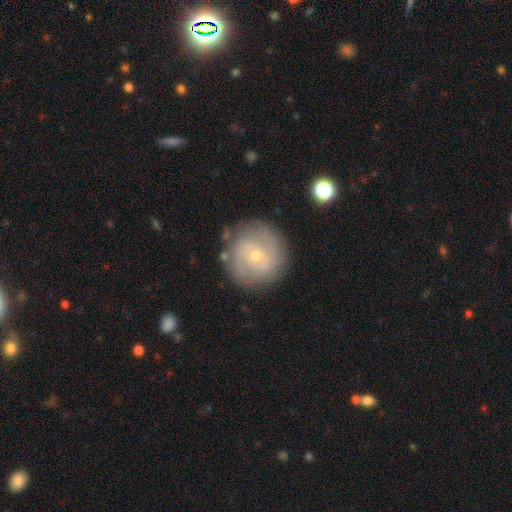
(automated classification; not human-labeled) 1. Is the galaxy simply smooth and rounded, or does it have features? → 73% featured or disk, 20% smooth, 7% star or artifact.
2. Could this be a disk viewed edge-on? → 98% no, 2% yes.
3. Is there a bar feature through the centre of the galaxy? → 69% no, 27% weak, 5% strong.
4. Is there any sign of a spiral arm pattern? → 87% yes, 13% no.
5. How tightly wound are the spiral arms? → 61% tight, 30% medium, 9% loose.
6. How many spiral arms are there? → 46% 2, 30% can't tell, 12% 3, 5% 4, 4% 1, 4% more than 4.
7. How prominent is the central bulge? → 71% small, 26% moderate, 1% large, 1% none, 1% dominant.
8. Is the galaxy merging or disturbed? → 81% none, 13% minor disturbance, 5% major disturbance, 2% merger.